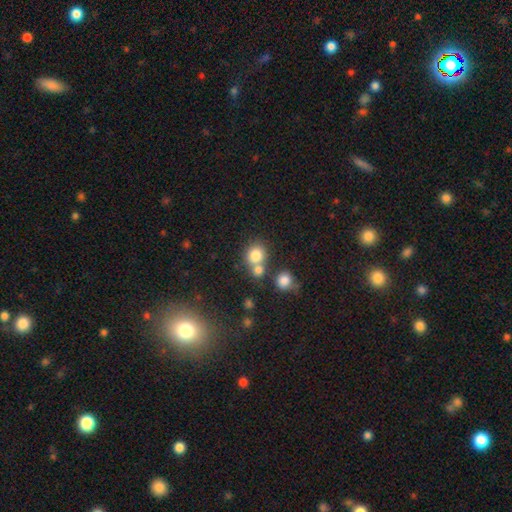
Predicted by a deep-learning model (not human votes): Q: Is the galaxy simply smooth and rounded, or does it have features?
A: smooth — 80%.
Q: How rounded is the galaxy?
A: round — 80%.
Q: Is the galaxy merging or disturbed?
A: none — 51%.